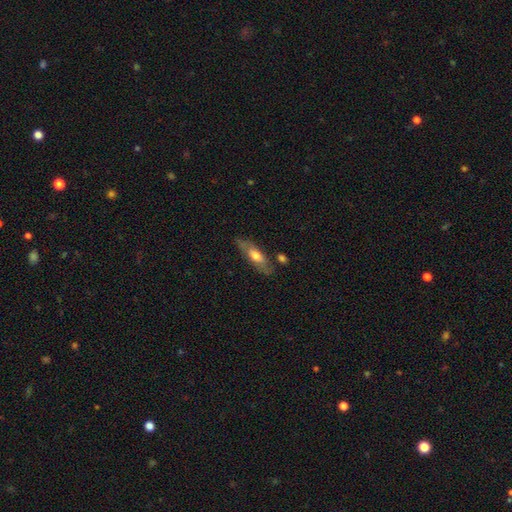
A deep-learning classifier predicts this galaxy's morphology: Smooth or featured? smooth (49%)
Merging? none (73%)